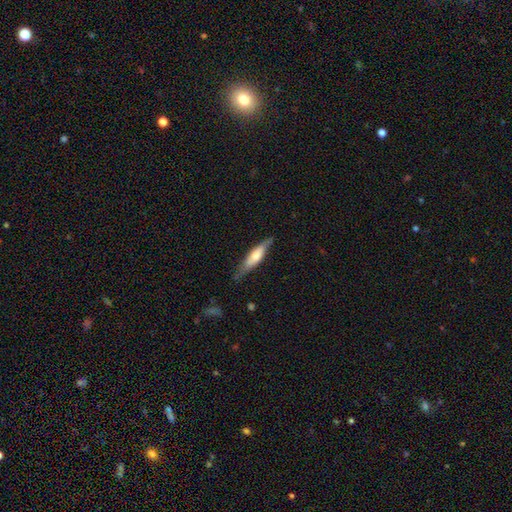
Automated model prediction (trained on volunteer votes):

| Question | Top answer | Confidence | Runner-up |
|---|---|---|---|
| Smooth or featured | smooth | 48% | featured or disk (46%) |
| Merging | none | 73% | minor disturbance (21%) |